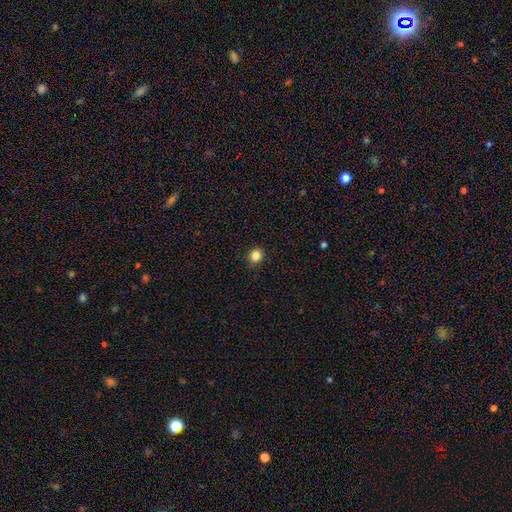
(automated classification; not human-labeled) smooth 84%, star or artifact 12%, featured or disk 4%. Down the decision tree: how rounded — round (87%); merging — none (91%).